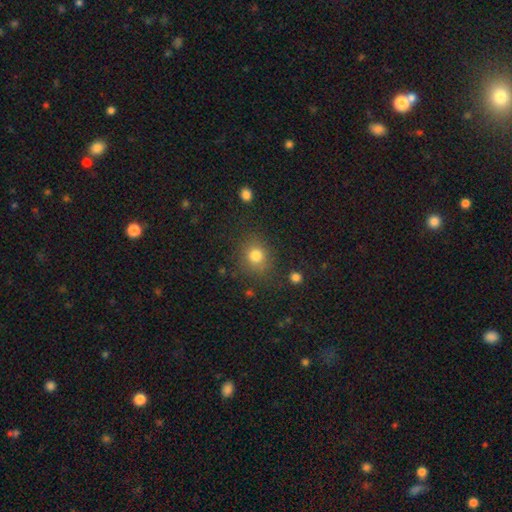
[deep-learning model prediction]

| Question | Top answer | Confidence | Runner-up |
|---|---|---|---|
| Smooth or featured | smooth | 80% | star or artifact (13%) |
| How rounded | round | 81% | in between (18%) |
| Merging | none | 81% | minor disturbance (11%) |